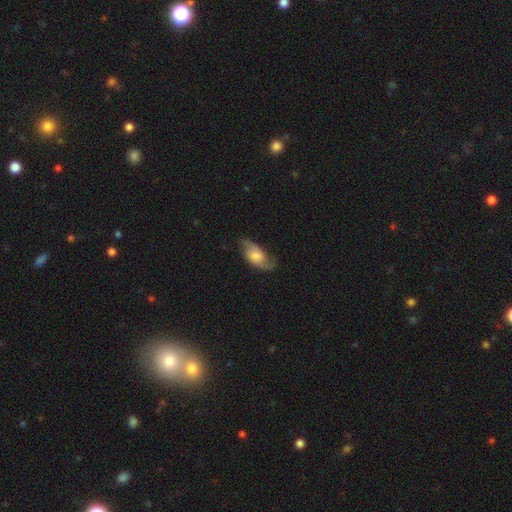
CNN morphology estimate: Overall: featured or disk (61%; smooth 32%). Edge-on disk: no (92%). Bar: no (58%; weak 35%). Spiral arms: yes (89%). Spiral arm count: 2 (85%). Spiral winding: loose (56%; medium 33%). Bulge size: moderate (39%; large 23%). Merging: none (63%; minor disturbance 24%).